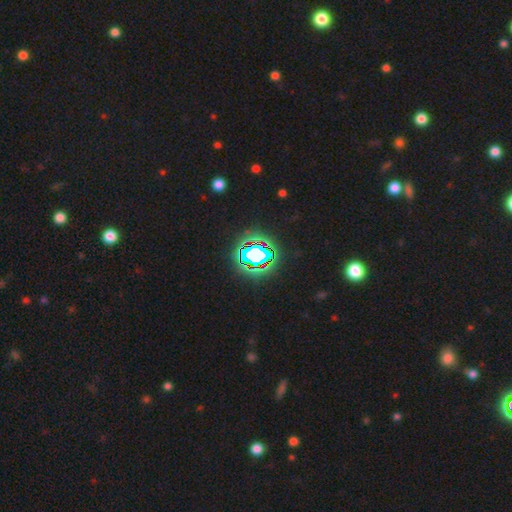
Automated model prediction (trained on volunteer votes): This is likely a star or artifact rather than a galaxy (69%).